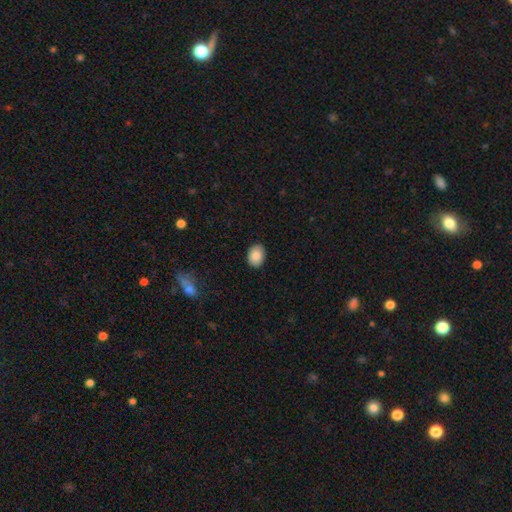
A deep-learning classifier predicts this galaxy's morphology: smooth-or-featured: smooth: 88% | star or artifact: 8% | featured or disk: 5%
  how-rounded: in between: 67% | round: 32% | cigar-shaped: 1%
  merging: none: 90% | minor disturbance: 8% | major disturbance: 2% | merger: 1%